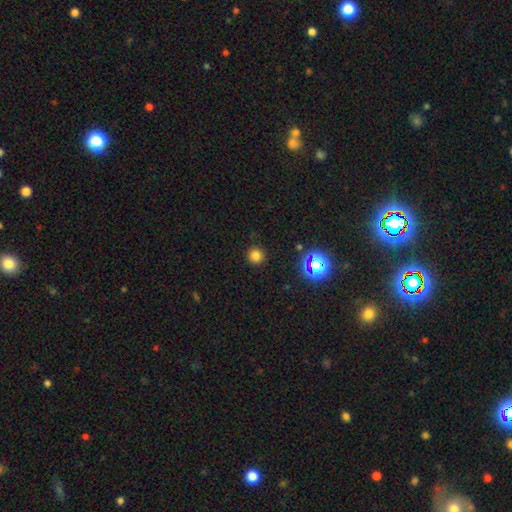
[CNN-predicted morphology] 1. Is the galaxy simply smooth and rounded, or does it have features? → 77% smooth, 18% star or artifact, 5% featured or disk.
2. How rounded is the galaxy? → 94% round, 5% in between, 1% cigar-shaped.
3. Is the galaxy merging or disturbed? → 91% none, 6% minor disturbance, 2% major disturbance, 1% merger.